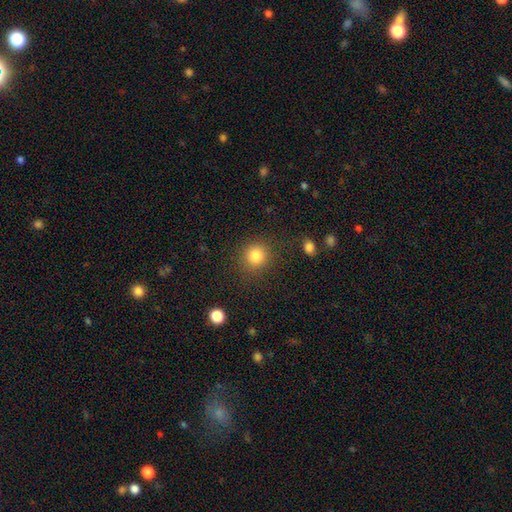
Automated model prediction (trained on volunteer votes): Morphology: type=smooth (84%); roundness=round (89%); merging=none (86%).